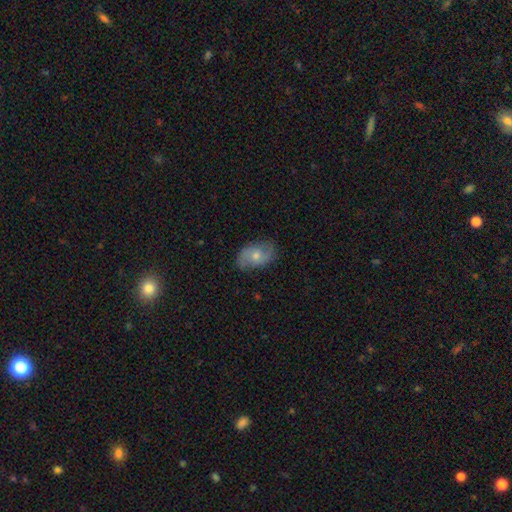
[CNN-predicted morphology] Smooth or featured: featured or disk — 53% (smooth — 39%)
Edge-on disk: no — 95% (yes — 5%)
Bar: no — 71% (weak — 24%)
Spiral arms: yes — 83% (no — 17%)
Bulge size: moderate — 52% (small — 42%)
Merging: none — 76% (minor disturbance — 18%)